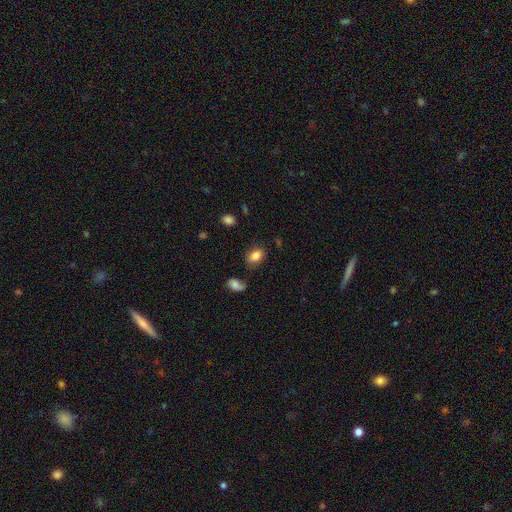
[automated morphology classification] A smooth galaxy with no disk features (83%) that is in between round and cigar-shaped (77%). Merging: none (75%).